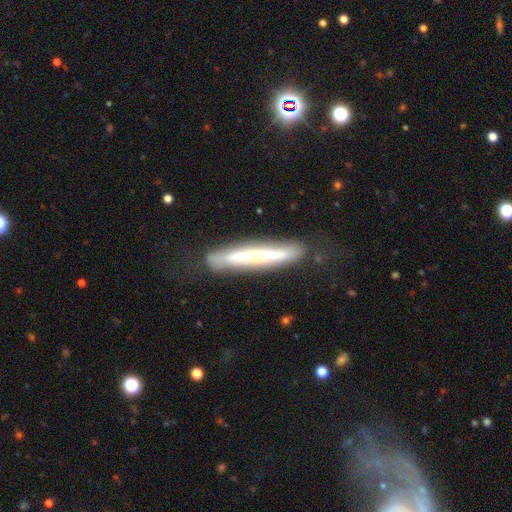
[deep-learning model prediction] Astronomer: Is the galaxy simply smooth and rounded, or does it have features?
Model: featured or disk — 46%, tied with smooth at 46%.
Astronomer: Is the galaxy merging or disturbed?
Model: none — 76%.